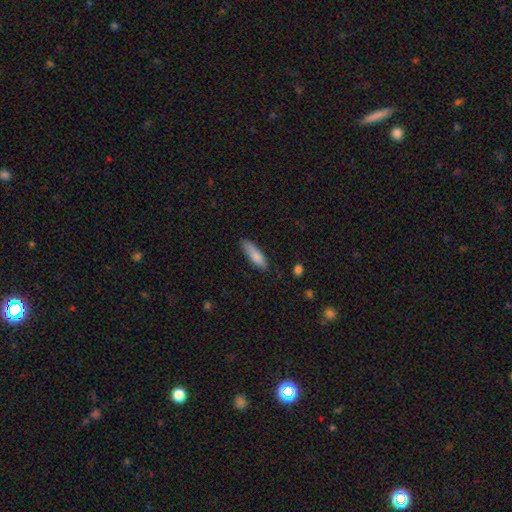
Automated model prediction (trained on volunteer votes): Smooth or featured?
  - smooth: 83% *
  - featured or disk: 11%
  - star or artifact: 6%
How rounded?
  - cigar-shaped: 58% *
  - in between: 40%
  - round: 2%
Merging?
  - none: 76% *
  - minor disturbance: 19%
  - major disturbance: 3%
  - merger: 2%